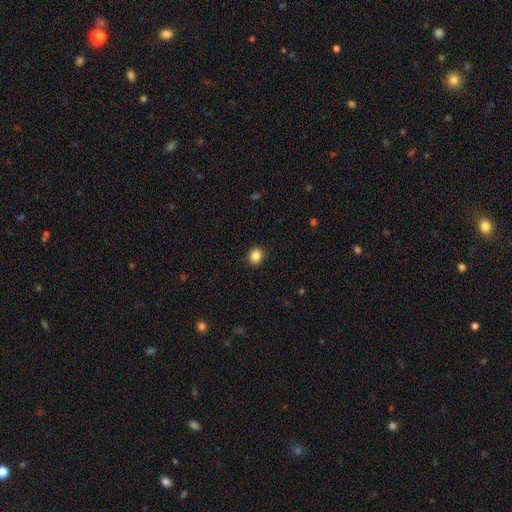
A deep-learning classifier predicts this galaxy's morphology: This is clearly a smooth galaxy (86%). How rounded: likely round (64%). Merging: clearly none (91%).